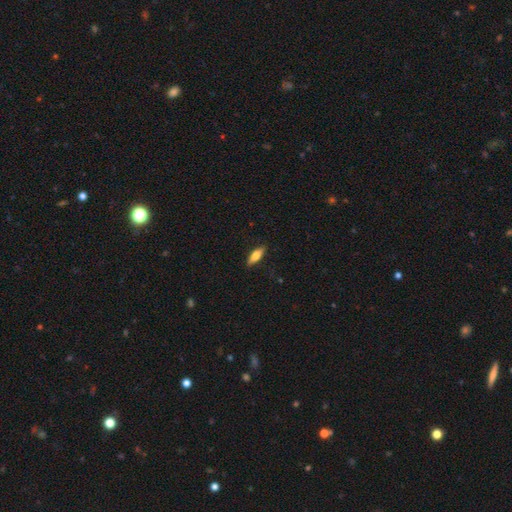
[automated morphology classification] This appears to be a smooth galaxy with no disk features (69%) that is in between round and cigar-shaped (59%). Merging: none (87%).